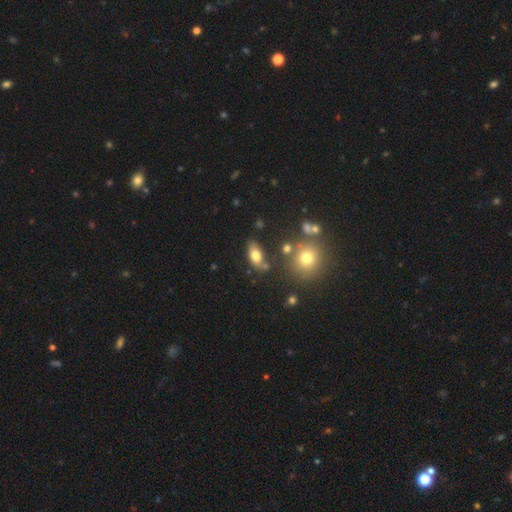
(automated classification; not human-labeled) This appears to be a smooth galaxy with no disk features (73%) that is in between round and cigar-shaped (84%). Merging: none (70%).